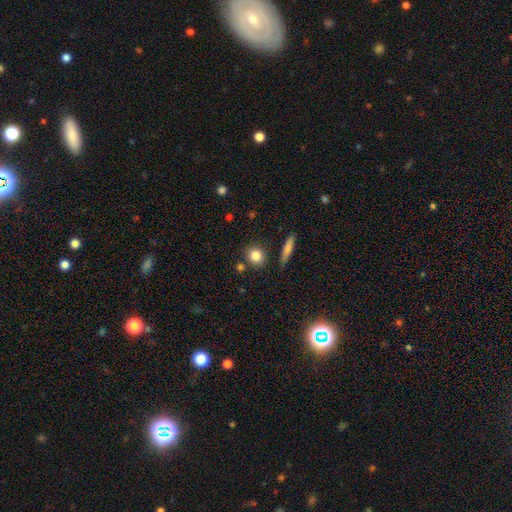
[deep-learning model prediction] Q: Smooth or featured?
A: smooth (83%); runner-up: star or artifact (9%)
Q: How rounded?
A: round (76%); runner-up: in between (21%)
Q: Merging?
A: none (79%); runner-up: minor disturbance (10%)